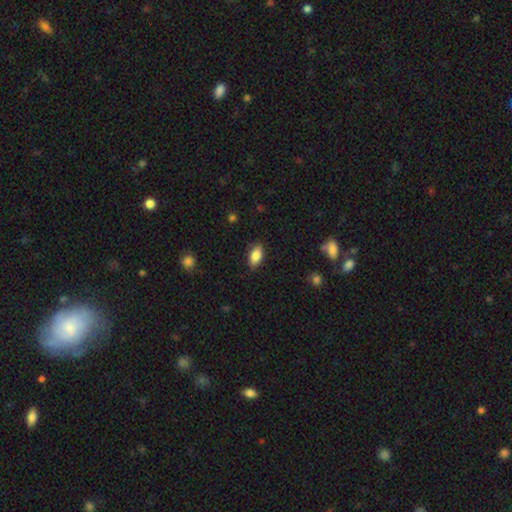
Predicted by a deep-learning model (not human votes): smooth 82%, featured or disk 11%, star or artifact 7%. Down the decision tree: how rounded — in between (87%); merging — none (83%).